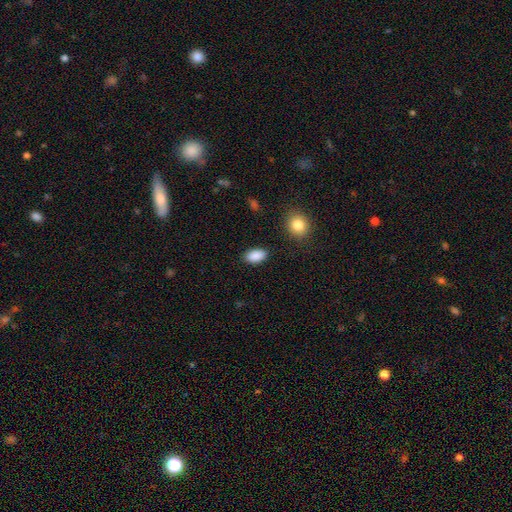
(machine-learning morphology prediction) Smooth or featured?
  - smooth: 89% *
  - star or artifact: 7%
  - featured or disk: 3%
How rounded?
  - in between: 92% *
  - round: 5%
  - cigar-shaped: 3%
Merging?
  - none: 87% *
  - minor disturbance: 9%
  - major disturbance: 2%
  - merger: 2%